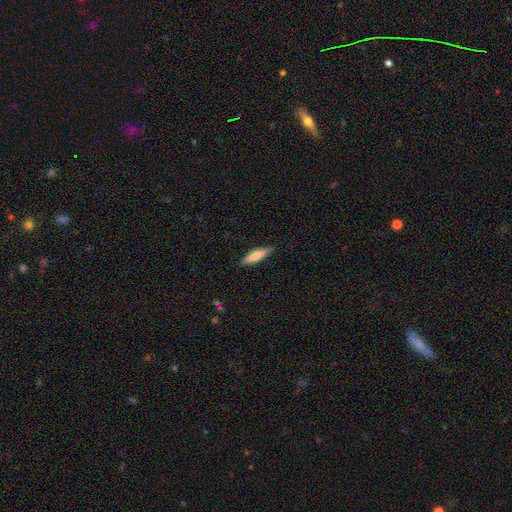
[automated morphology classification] Smooth or featured? Predicted: smooth (p=0.70). How rounded? Predicted: cigar-shaped (p=0.79). Merging? Predicted: none (p=0.87).